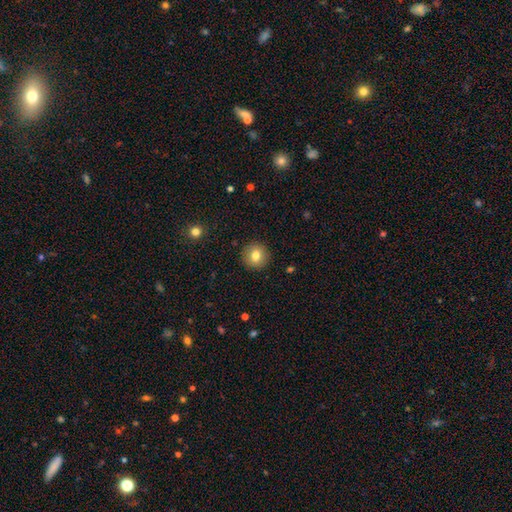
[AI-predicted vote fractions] smooth-or-featured: smooth: 80% | featured or disk: 10% | star or artifact: 9%
  how-rounded: round: 94% | in between: 6% | cigar-shaped: 1%
  merging: none: 91% | minor disturbance: 6% | major disturbance: 2% | merger: 1%